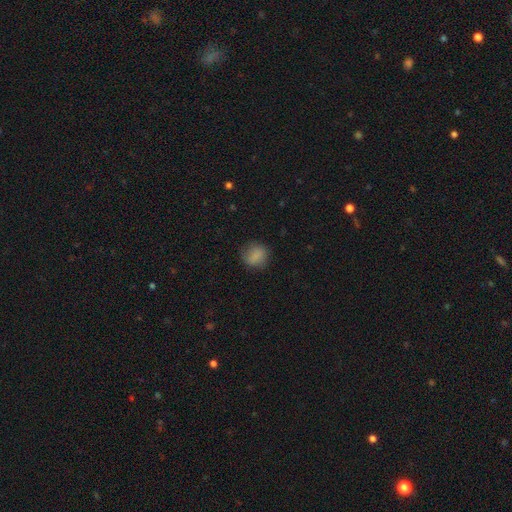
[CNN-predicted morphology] This appears to be a smooth galaxy with no disk features (83%) that is round (73%). Merging: none (75%).